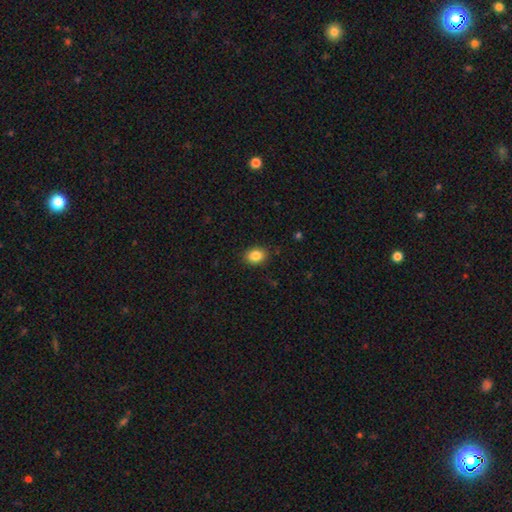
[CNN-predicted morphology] A smooth galaxy with no disk features (86%) that is in between round and cigar-shaped (61%). Merging: none (88%).